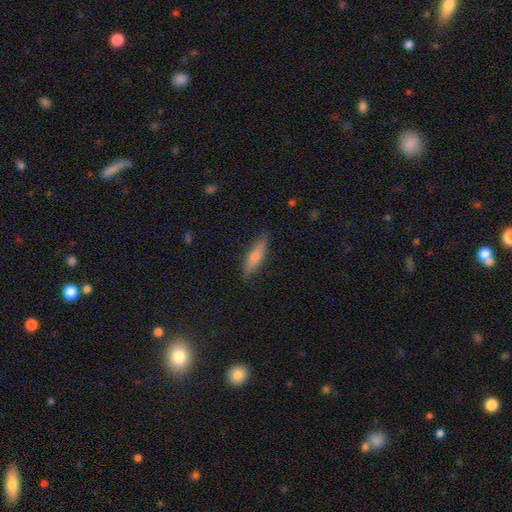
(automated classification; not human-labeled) Smooth or featured? smooth (58%)
How rounded? cigar-shaped (71%)
Merging? none (82%)